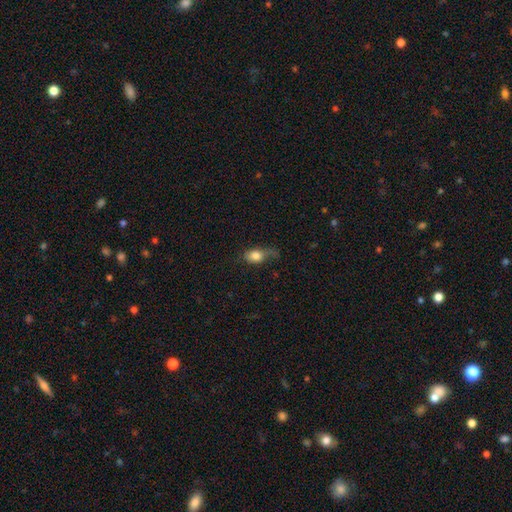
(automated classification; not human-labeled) Smooth or featured? Predicted: smooth (p=0.79). How rounded? Predicted: in between (p=0.73). Merging? Predicted: none (p=0.39).